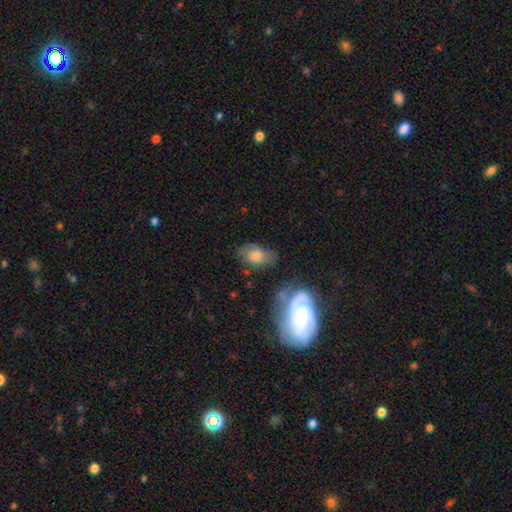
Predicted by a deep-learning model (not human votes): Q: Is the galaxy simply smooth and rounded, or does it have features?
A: smooth — 66%.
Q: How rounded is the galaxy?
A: in between — 86%.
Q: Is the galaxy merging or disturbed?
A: none — 53%.